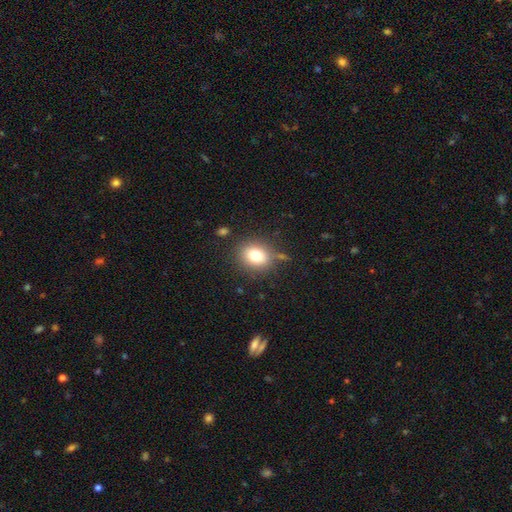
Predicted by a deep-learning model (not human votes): Morphology: type=smooth (76%); roundness=round (69%); merging=none (80%).